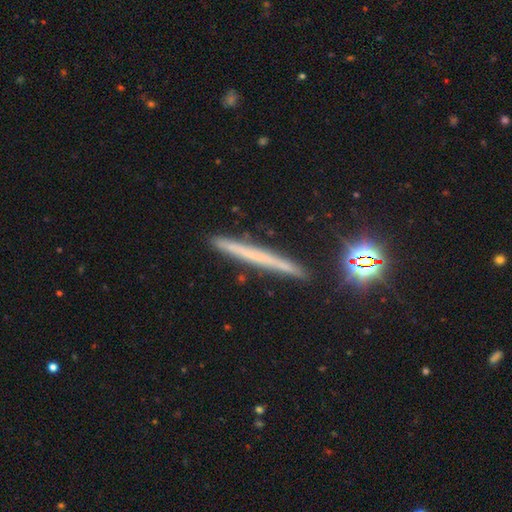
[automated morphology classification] This is marginally a smooth galaxy (44%). Merging: clearly none (90%).